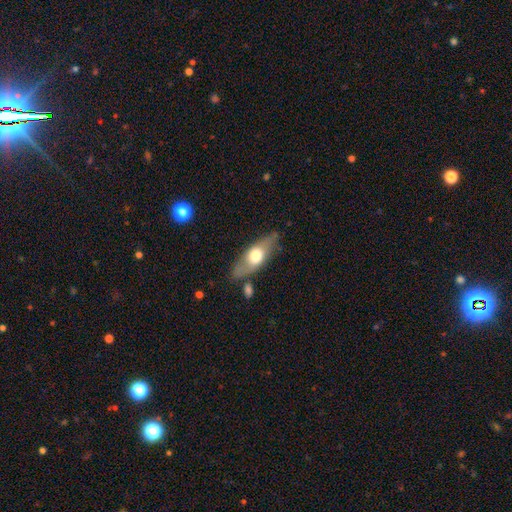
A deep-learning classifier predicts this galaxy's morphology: Smooth or featured? Predicted: smooth (p=0.51). How rounded? Predicted: in between (p=0.65). Merging? Predicted: none (p=0.72).